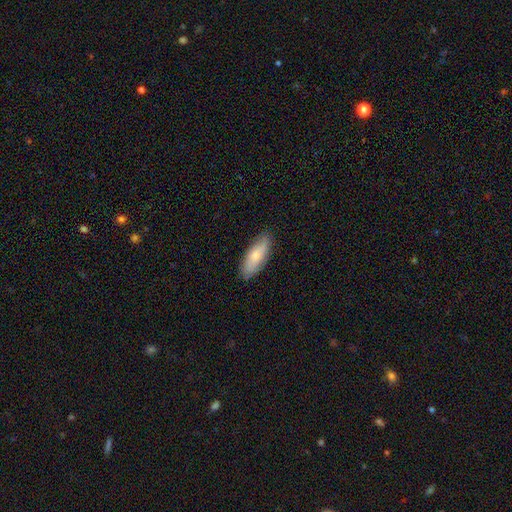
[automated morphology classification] Smooth or featured?
  - smooth: 71% *
  - featured or disk: 23%
  - star or artifact: 6%
How rounded?
  - in between: 67% *
  - cigar-shaped: 31%
  - round: 2%
Merging?
  - none: 82% *
  - minor disturbance: 15%
  - major disturbance: 2%
  - merger: 1%